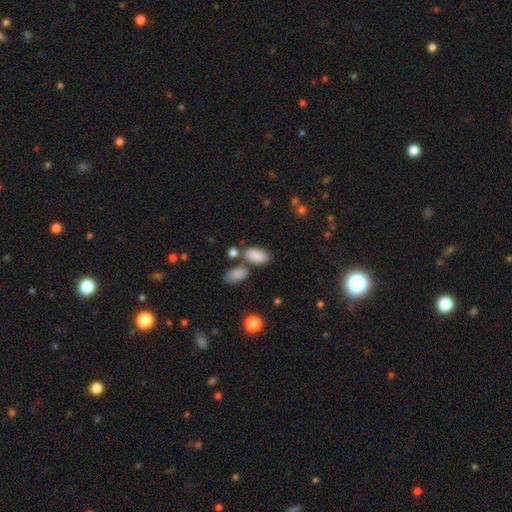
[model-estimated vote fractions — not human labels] Smooth or featured: smooth — 87% (star or artifact — 8%)
How rounded: in between — 93% (round — 4%)
Merging: none — 60% (merger — 20%)